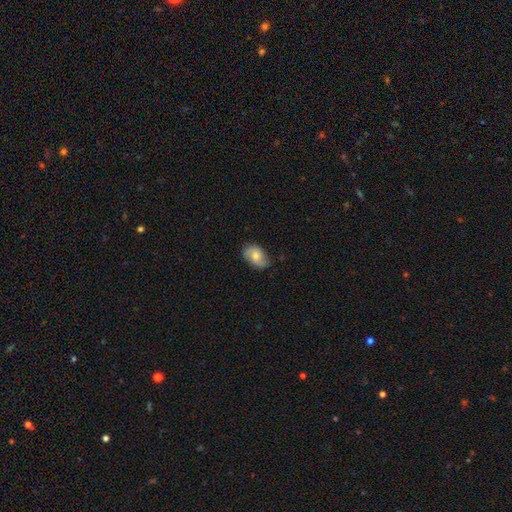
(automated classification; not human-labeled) smooth_or_featured: smooth (p=0.65) [alt: featured or disk p=0.28]
how_rounded: in between (p=0.86) [alt: round p=0.13]
merging: none (p=0.69) [alt: minor disturbance p=0.25]